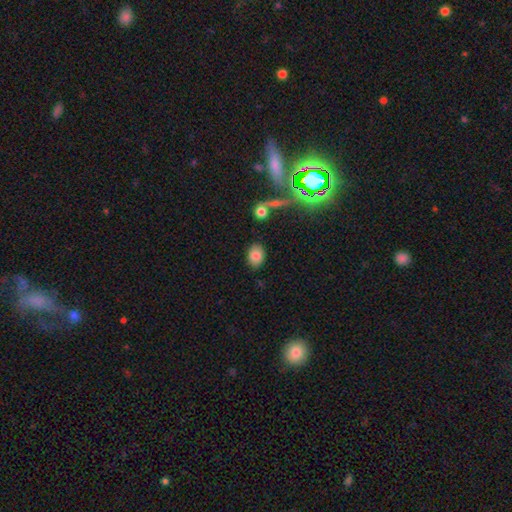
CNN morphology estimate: Smooth or featured: smooth — 82% (star or artifact — 10%)
How rounded: in between — 75% (round — 23%)
Merging: none — 84% (minor disturbance — 10%)